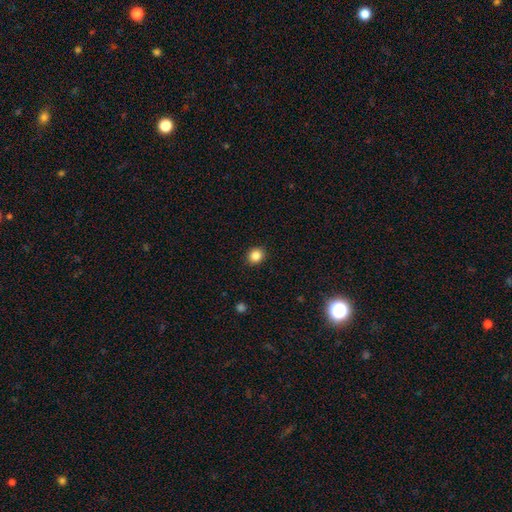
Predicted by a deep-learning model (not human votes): smooth-or-featured: smooth: 86% | star or artifact: 10% | featured or disk: 4%
  how-rounded: round: 77% | in between: 22% | cigar-shaped: 1%
  merging: none: 91% | minor disturbance: 6% | major disturbance: 2% | merger: 1%